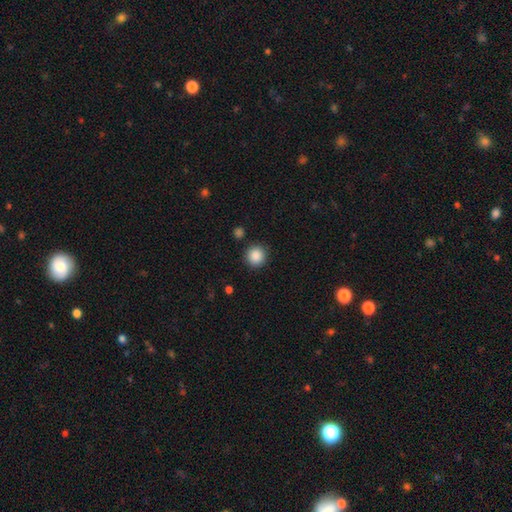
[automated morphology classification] smooth 88%, star or artifact 9%, featured or disk 3%. Down the decision tree: how rounded — round (93%); merging — none (88%).